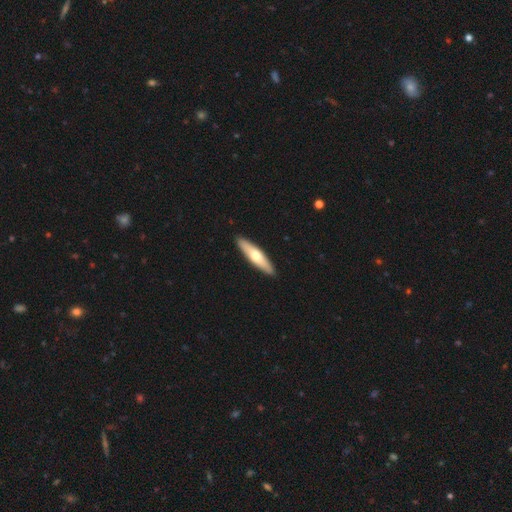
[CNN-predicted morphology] Overall: smooth (54%; featured or disk 42%). How rounded: cigar-shaped (79%). Merging: none (92%).